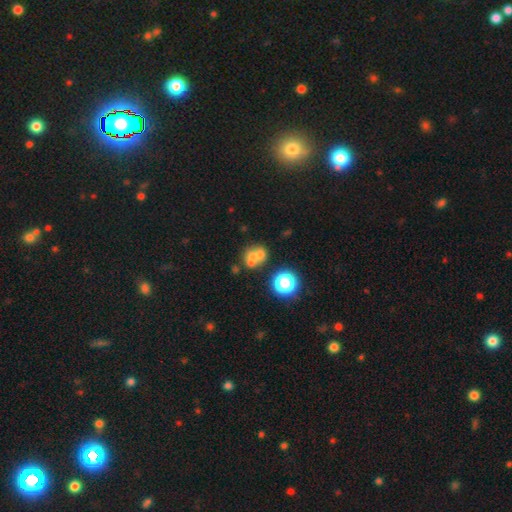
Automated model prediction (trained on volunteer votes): The model was most divided on "merging": merger: 51%, none: 33%, minor disturbance: 9%, major disturbance: 7%. More confident: how rounded — round (69%); smooth or featured — smooth (58%).